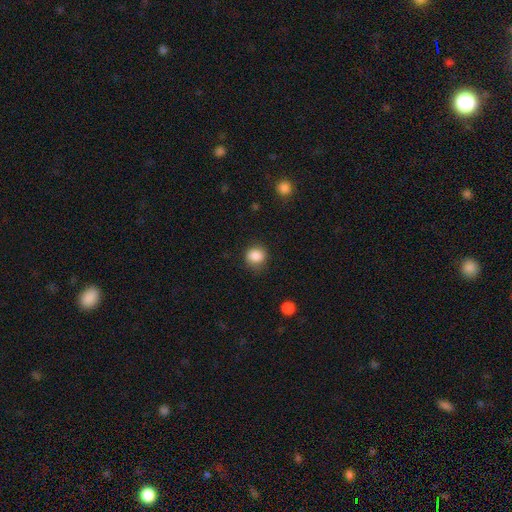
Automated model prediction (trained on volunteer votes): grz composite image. It shows a smooth galaxy with no disk features (87%) that is round (80%). Merging: none (80%).